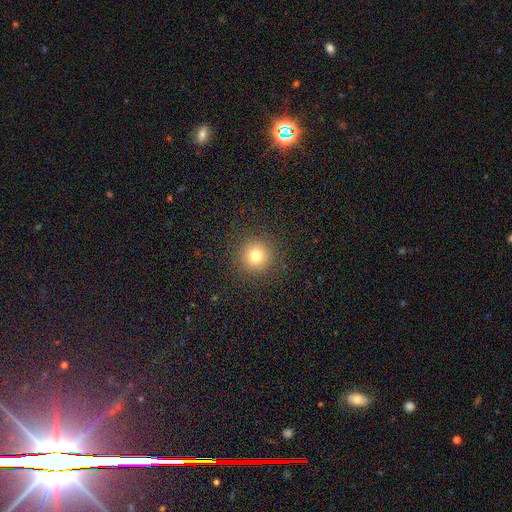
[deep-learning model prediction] The model was most divided on "smooth or featured": smooth: 77%, star or artifact: 15%, featured or disk: 8%. More confident: how rounded — round (95%); merging — none (90%).